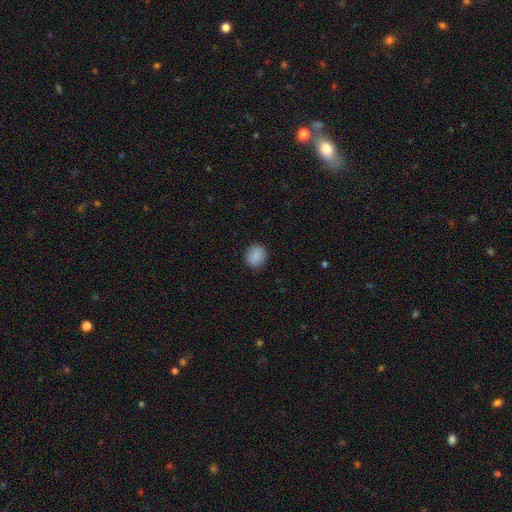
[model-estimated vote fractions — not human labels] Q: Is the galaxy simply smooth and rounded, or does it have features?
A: smooth — 88%.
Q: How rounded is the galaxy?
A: round — 77%.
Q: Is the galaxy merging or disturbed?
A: none — 89%.